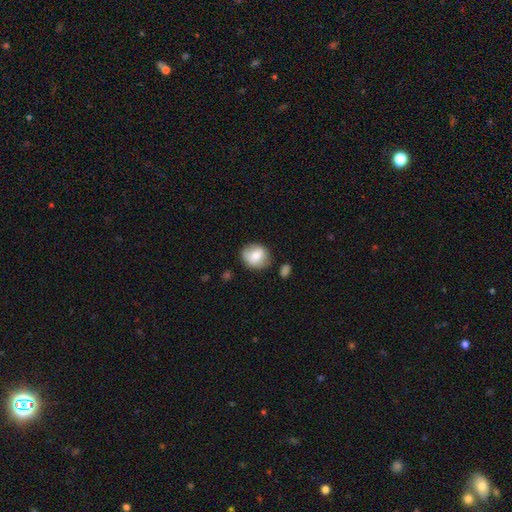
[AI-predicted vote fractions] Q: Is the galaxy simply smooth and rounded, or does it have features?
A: smooth — 72%.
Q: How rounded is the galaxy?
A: round — 80%.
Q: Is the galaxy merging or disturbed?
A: none — 74%.